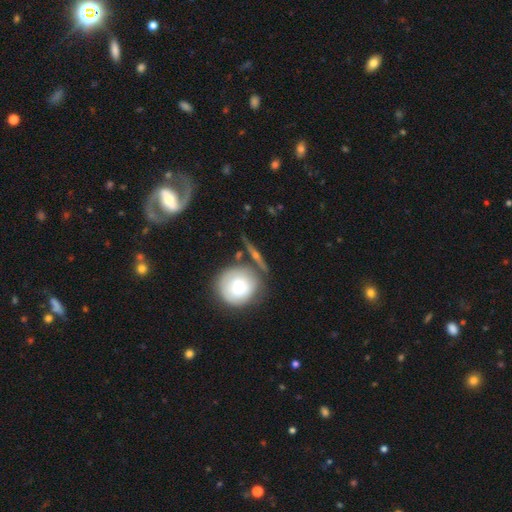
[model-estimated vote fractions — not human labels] Q: Smooth or featured?
A: featured or disk (45%); runner-up: smooth (44%)
Q: Merging?
A: none (65%); runner-up: minor disturbance (15%)